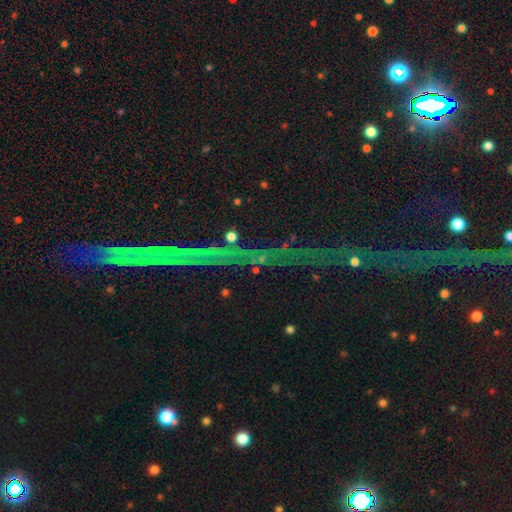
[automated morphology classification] Smooth or featured? star or artifact (79%)